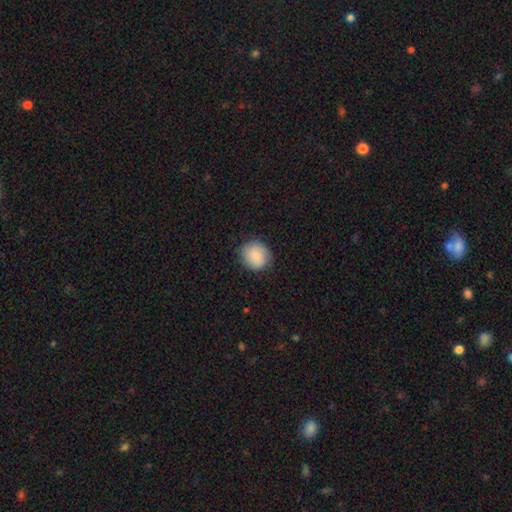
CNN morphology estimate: smooth-or-featured: smooth: 85% | featured or disk: 8% | star or artifact: 7%
  how-rounded: round: 82% | in between: 17% | cigar-shaped: 1%
  merging: none: 83% | minor disturbance: 13% | major disturbance: 3% | merger: 1%